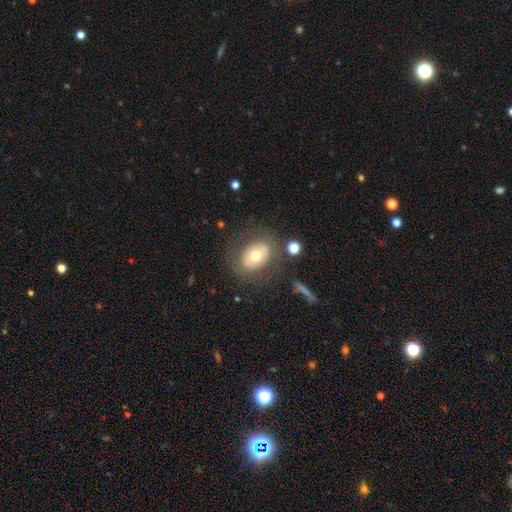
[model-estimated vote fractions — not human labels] smooth_or_featured: smooth (p=0.54) [alt: featured or disk p=0.37]
how_rounded: in between (p=0.53) [alt: round p=0.46]
merging: none (p=0.74) [alt: minor disturbance p=0.13]